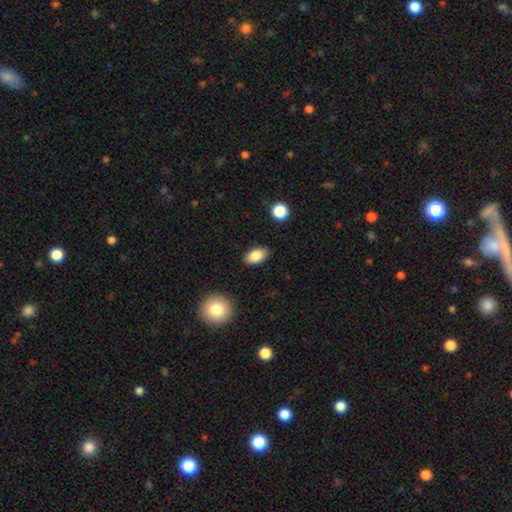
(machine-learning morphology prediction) This appears to be a smooth galaxy with no disk features (86%) that is in between round and cigar-shaped (91%). Merging: none (87%).